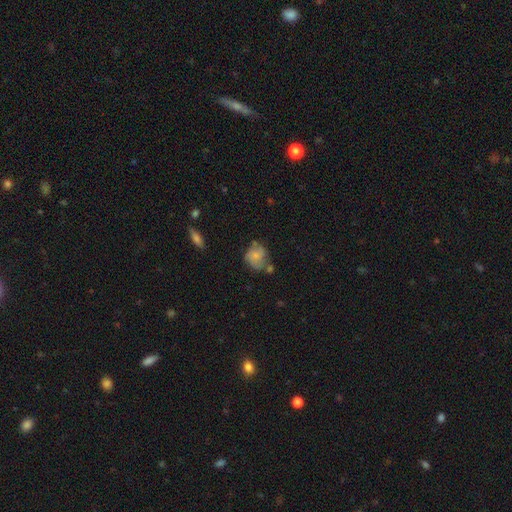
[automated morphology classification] Q: Smooth or featured?
A: smooth (57%); runner-up: featured or disk (35%)
Q: How rounded?
A: round (65%); runner-up: in between (34%)
Q: Merging?
A: none (48%); runner-up: minor disturbance (27%)